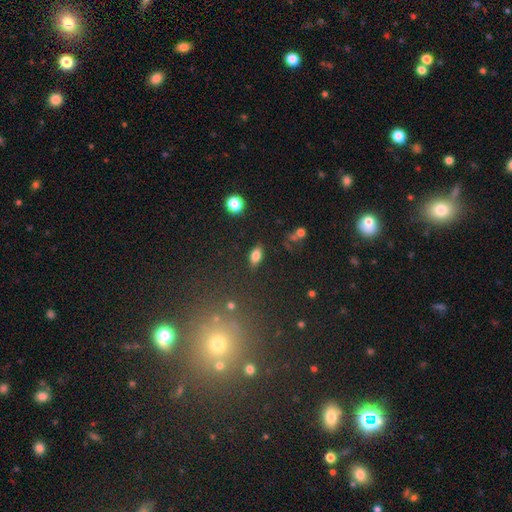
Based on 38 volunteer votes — smooth 74%, featured or disk 21%, star or artifact 5%. Down the decision tree: how rounded — in between (79%); merging — none (83%).